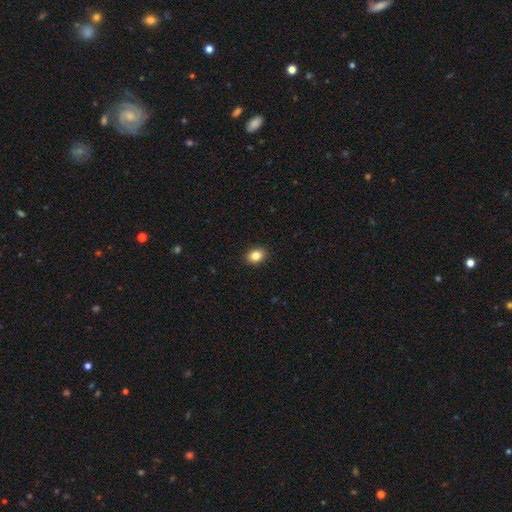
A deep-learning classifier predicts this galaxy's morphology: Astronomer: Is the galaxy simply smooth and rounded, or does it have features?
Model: smooth — 84%.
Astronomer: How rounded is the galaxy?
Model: in between — 64%.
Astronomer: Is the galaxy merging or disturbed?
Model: none — 91%.